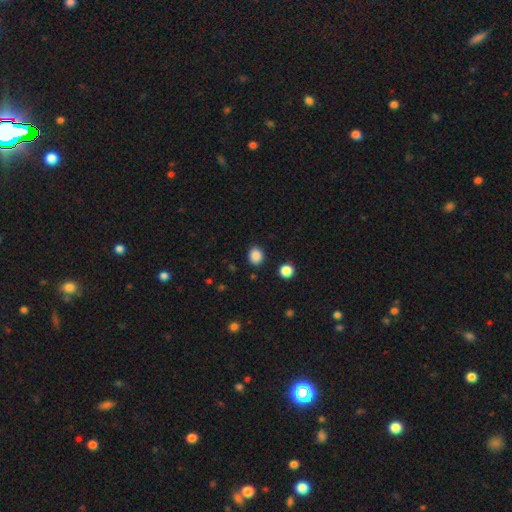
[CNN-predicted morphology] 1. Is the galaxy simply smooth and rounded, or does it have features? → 87% smooth, 10% star or artifact, 3% featured or disk.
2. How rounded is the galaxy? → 63% round, 36% in between, 1% cigar-shaped.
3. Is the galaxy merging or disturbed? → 88% none, 7% minor disturbance, 2% major disturbance, 2% merger.